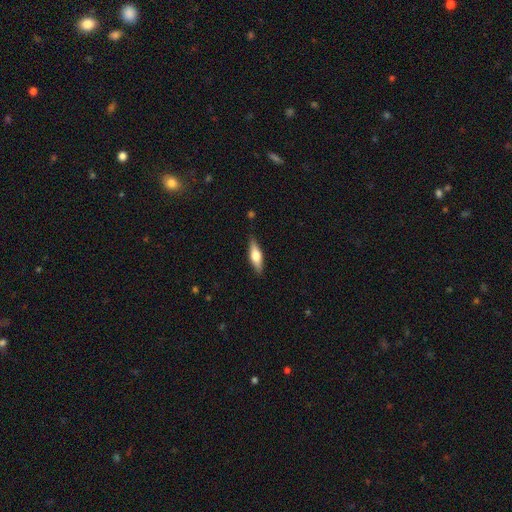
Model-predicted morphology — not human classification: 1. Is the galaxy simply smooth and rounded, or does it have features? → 51% smooth, 43% featured or disk, 6% star or artifact.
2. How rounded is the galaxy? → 49% cigar-shaped, 48% in between, 3% round.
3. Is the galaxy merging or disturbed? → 86% none, 10% minor disturbance, 2% major disturbance, 1% merger.